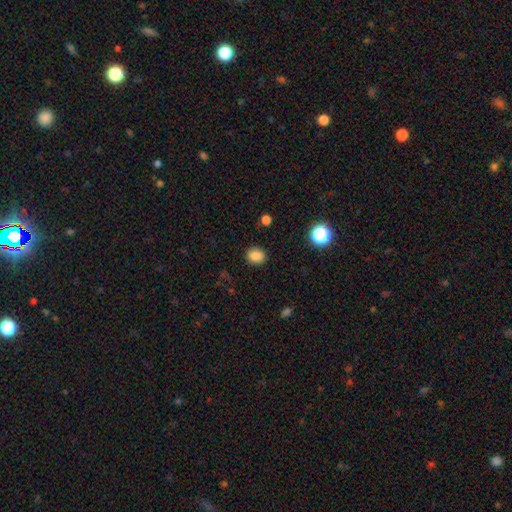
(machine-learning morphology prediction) Smooth or featured? smooth (84%)
How rounded? round (60%)
Merging? none (88%)